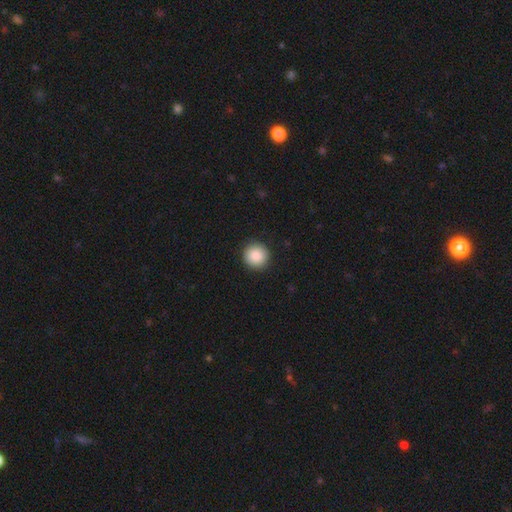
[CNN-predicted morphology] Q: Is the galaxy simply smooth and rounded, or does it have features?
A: smooth — 88%.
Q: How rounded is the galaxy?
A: round — 95%.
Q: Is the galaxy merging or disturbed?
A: none — 92%.